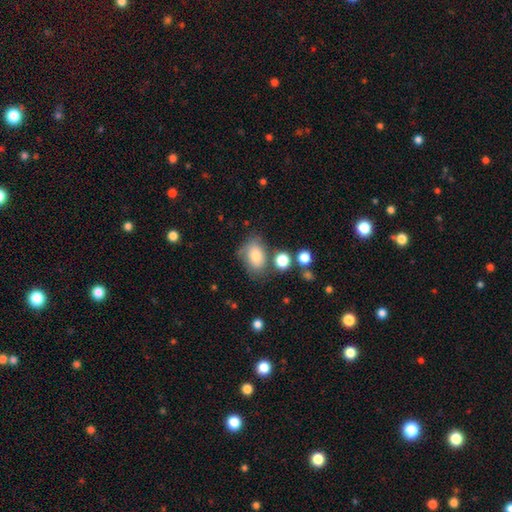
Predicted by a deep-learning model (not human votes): smooth-or-featured: smooth: 76% | featured or disk: 14% | star or artifact: 10%
  how-rounded: in between: 77% | round: 22% | cigar-shaped: 1%
  merging: none: 56% | minor disturbance: 23% | merger: 11% | major disturbance: 10%